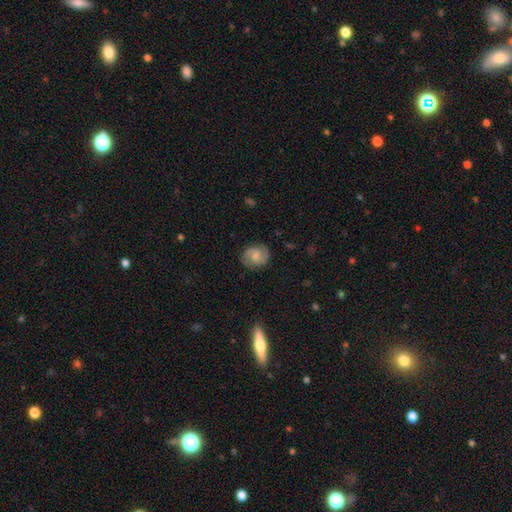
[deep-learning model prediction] featured or disk 68%, smooth 25%, star or artifact 7%. Down the decision tree: edge-on disk — no (98%); bar — no (51%); spiral arms — yes (94%); spiral arm count — 2 (90%); spiral winding — medium (50%); bulge size — moderate (38%); merging — none (83%).